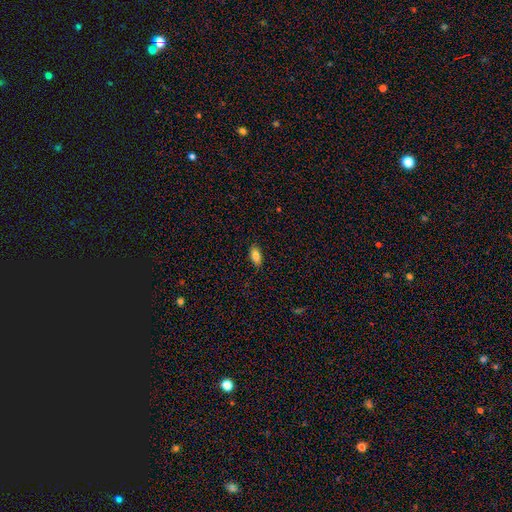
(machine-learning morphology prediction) smooth 87%, star or artifact 8%, featured or disk 5%. Down the decision tree: how rounded — in between (91%); merging — none (85%).